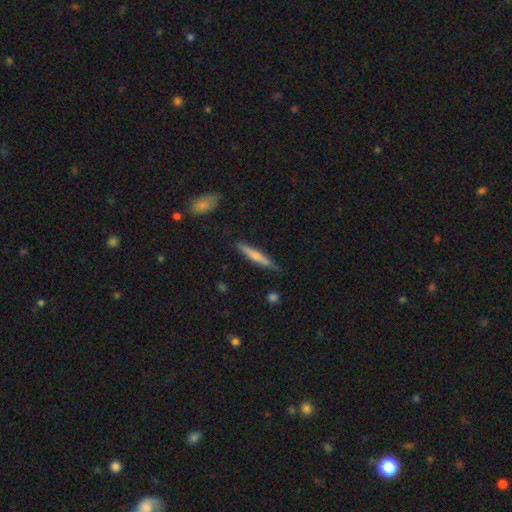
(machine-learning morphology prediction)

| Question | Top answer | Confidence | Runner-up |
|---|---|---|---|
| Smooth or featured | smooth | 63% | featured or disk (31%) |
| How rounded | cigar-shaped | 93% | in between (6%) |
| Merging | none | 82% | minor disturbance (14%) |